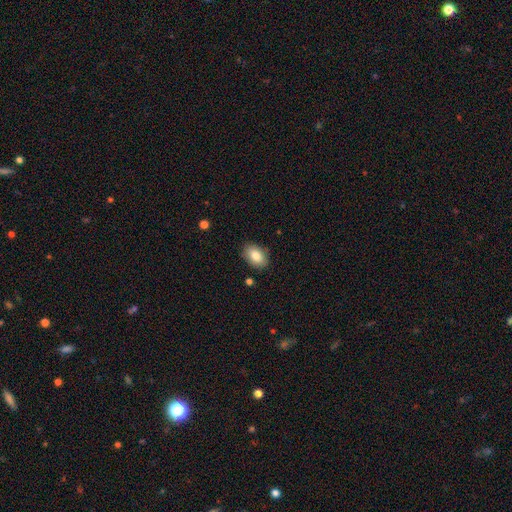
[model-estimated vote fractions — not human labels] Smooth or featured? Predicted: smooth (p=0.83). How rounded? Predicted: in between (p=0.88). Merging? Predicted: none (p=0.86).